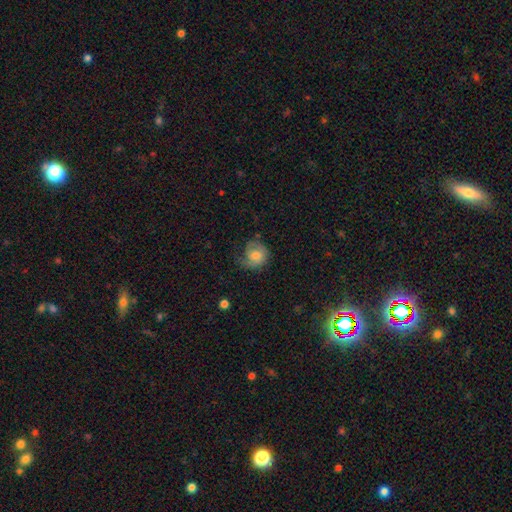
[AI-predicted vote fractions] Smooth or featured? smooth (60%)
How rounded? round (78%)
Merging? none (47%)